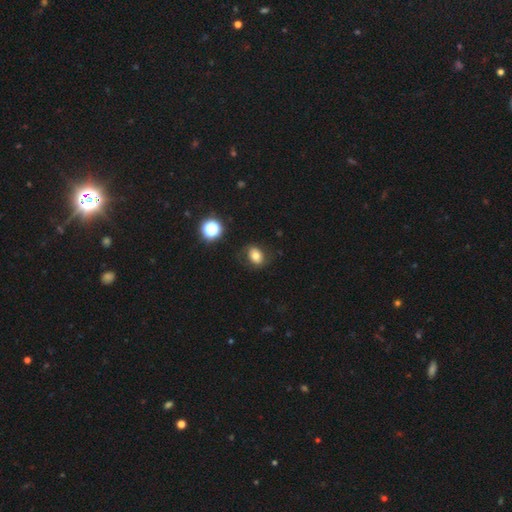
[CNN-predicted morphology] The model was most divided on "how rounded": in between: 61%, round: 38%, cigar-shaped: 1%. More confident: merging — none (80%); smooth or featured — smooth (73%).